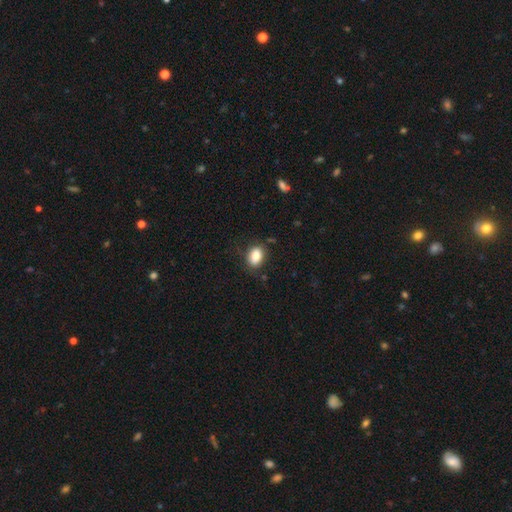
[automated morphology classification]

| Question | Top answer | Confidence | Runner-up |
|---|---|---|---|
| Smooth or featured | smooth | 83% | star or artifact (9%) |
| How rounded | in between | 79% | round (20%) |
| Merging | none | 79% | minor disturbance (15%) |